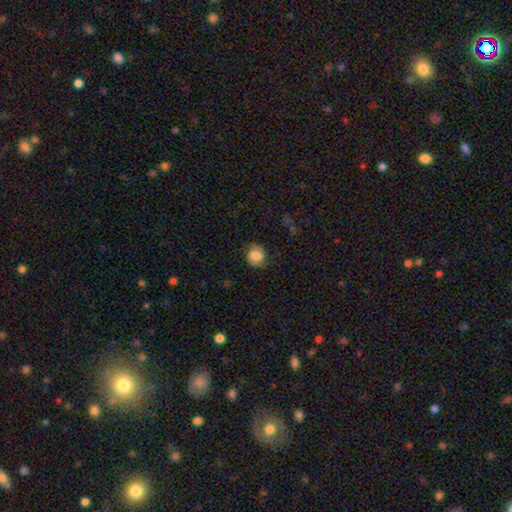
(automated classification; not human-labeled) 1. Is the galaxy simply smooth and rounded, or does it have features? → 63% smooth, 28% featured or disk, 9% star or artifact.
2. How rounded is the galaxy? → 81% round, 18% in between, 1% cigar-shaped.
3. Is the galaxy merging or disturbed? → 74% none, 18% minor disturbance, 6% major disturbance, 1% merger.